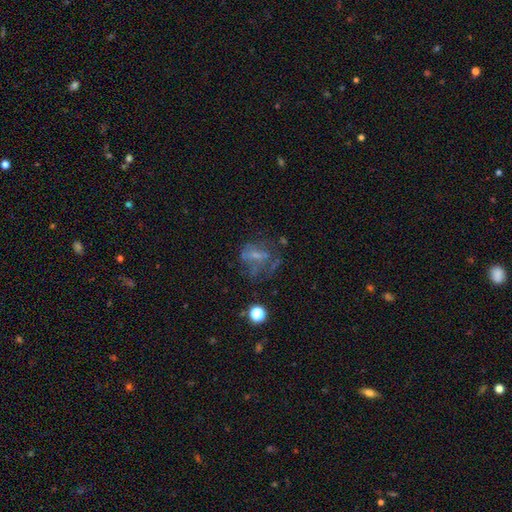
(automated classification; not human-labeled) The model was most divided on "merging": none: 38%, major disturbance: 36%, minor disturbance: 19%, merger: 7%. Remaining: smooth or featured — featured or disk (46%).